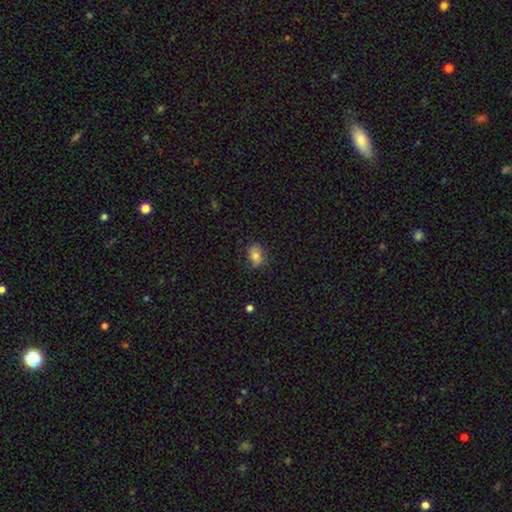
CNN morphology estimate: smooth 78%, featured or disk 12%, star or artifact 10%. Down the decision tree: how rounded — in between (75%); merging — none (75%).